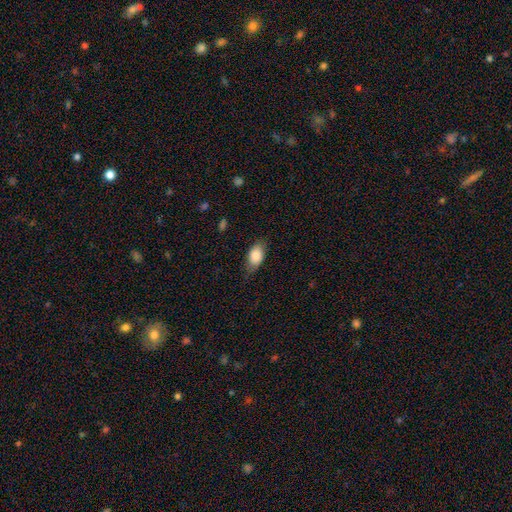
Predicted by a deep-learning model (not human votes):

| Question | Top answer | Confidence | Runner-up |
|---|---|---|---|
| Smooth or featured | smooth | 84% | featured or disk (9%) |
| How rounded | in between | 89% | round (7%) |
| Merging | none | 72% | minor disturbance (22%) |